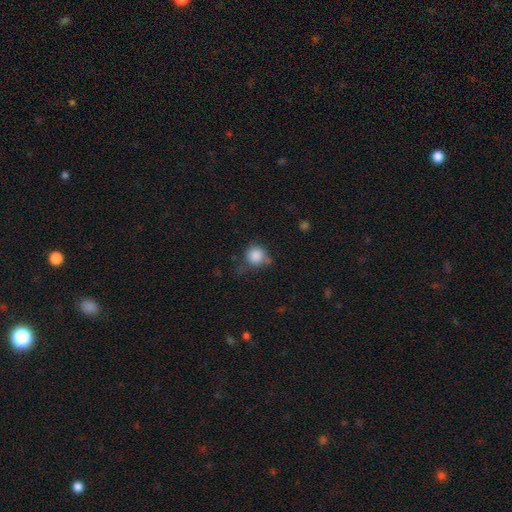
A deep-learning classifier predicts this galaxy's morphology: smooth 85%, star or artifact 9%, featured or disk 6%. Down the decision tree: how rounded — round (88%); merging — none (52%).